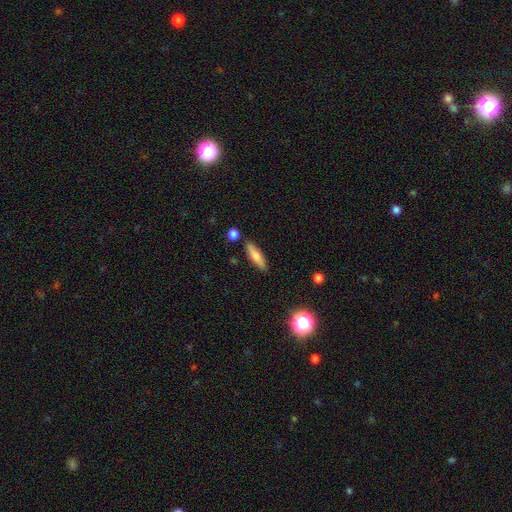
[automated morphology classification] A smooth galaxy with no disk features (74%) that is cigar-shaped (67%). Merging: none (84%).